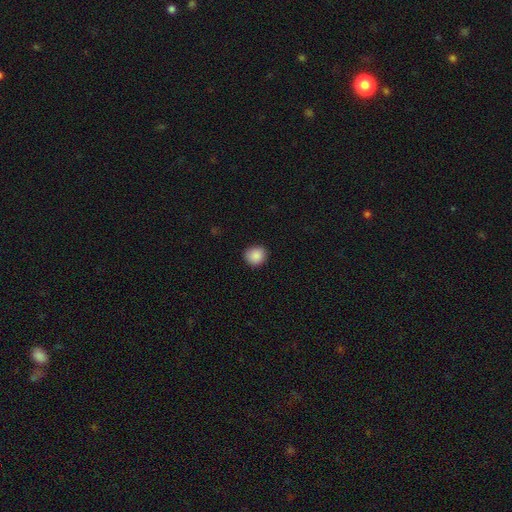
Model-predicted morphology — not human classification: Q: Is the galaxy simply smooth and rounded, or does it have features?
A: smooth — 88%.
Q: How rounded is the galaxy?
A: round — 85%.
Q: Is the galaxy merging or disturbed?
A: none — 88%.